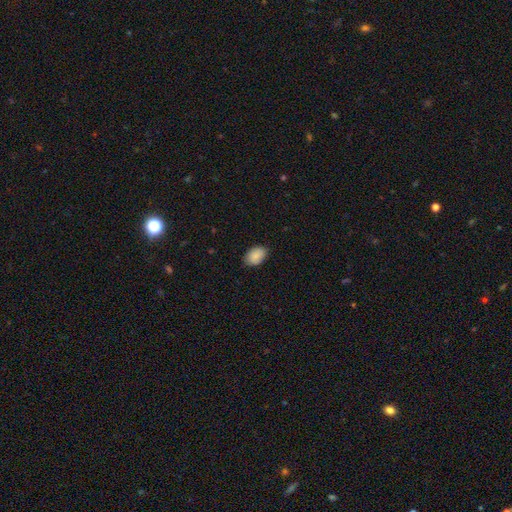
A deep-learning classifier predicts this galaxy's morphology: This is clearly a smooth galaxy (88%). How rounded: clearly in between (83%). Merging: clearly none (83%).